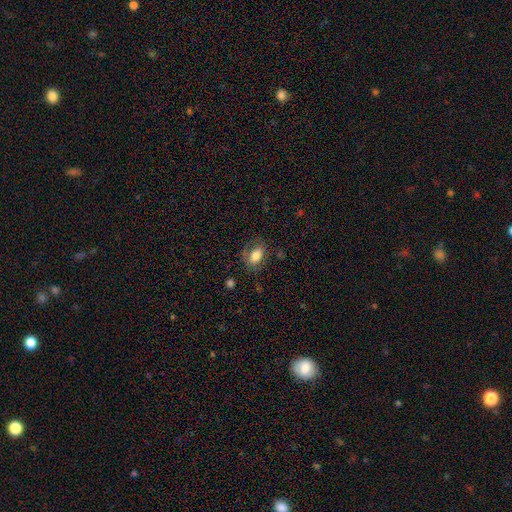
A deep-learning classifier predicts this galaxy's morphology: The model was most divided on "merging": none: 67%, minor disturbance: 20%, major disturbance: 11%, merger: 2%. More confident: how rounded — in between (84%); smooth or featured — smooth (73%).